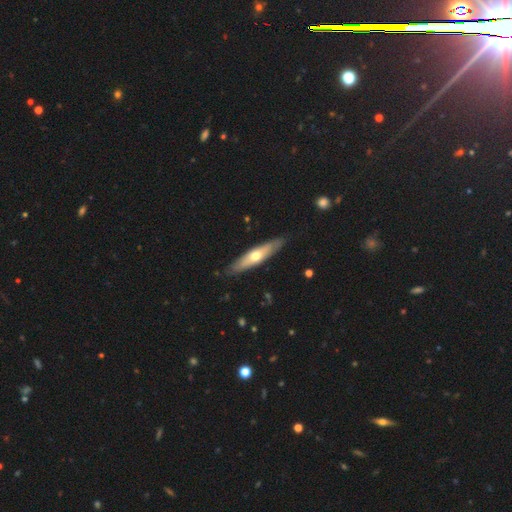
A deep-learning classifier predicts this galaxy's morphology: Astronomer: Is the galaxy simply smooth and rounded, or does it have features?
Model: featured or disk — 49% (runner-up: smooth, 47%).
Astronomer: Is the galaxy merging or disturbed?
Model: none — 86%.